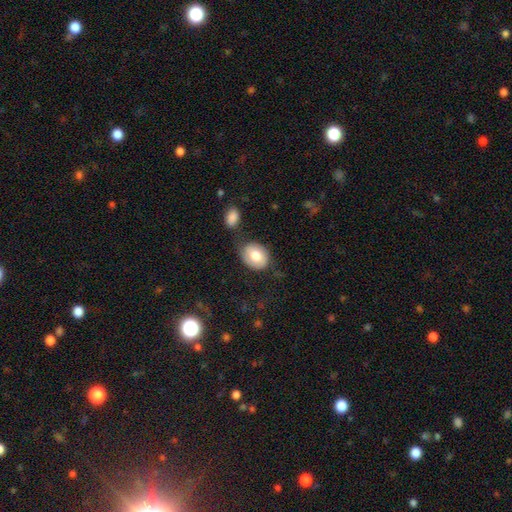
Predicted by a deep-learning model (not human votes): smooth 76%, featured or disk 17%, star or artifact 7%. Down the decision tree: how rounded — in between (55%); merging — none (61%).